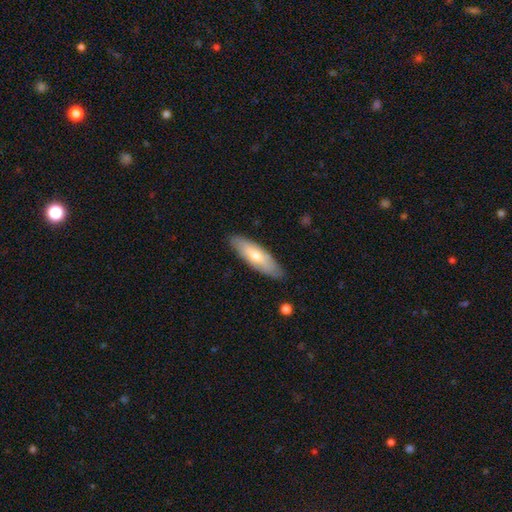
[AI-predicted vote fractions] This is likely a smooth galaxy (60%). How rounded: possibly in between (52%). Merging: clearly none (86%).